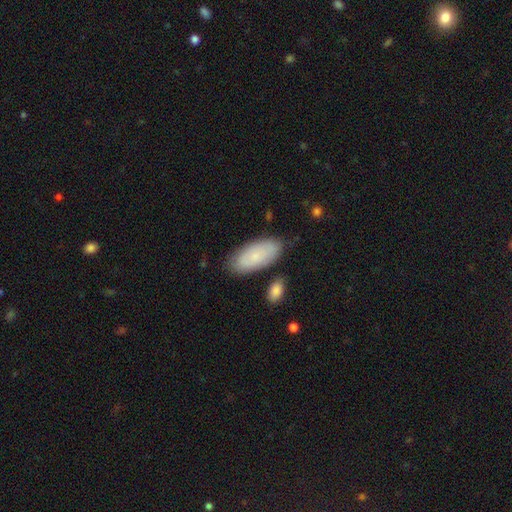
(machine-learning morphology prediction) This is likely a smooth galaxy (76%). How rounded: clearly in between (91%). Merging: likely none (78%).